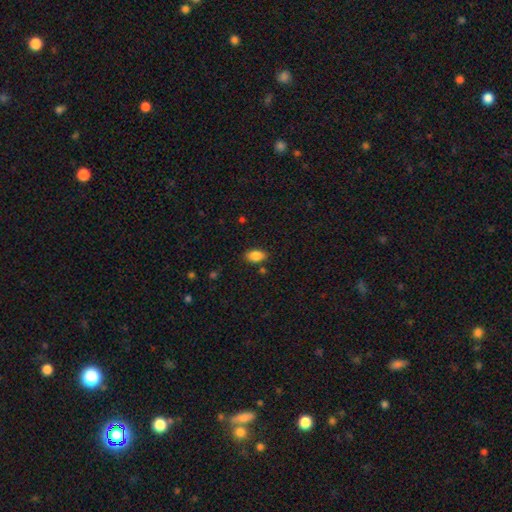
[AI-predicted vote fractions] Smooth or featured: smooth — 86% (star or artifact — 8%)
How rounded: in between — 90% (round — 7%)
Merging: none — 83% (minor disturbance — 12%)